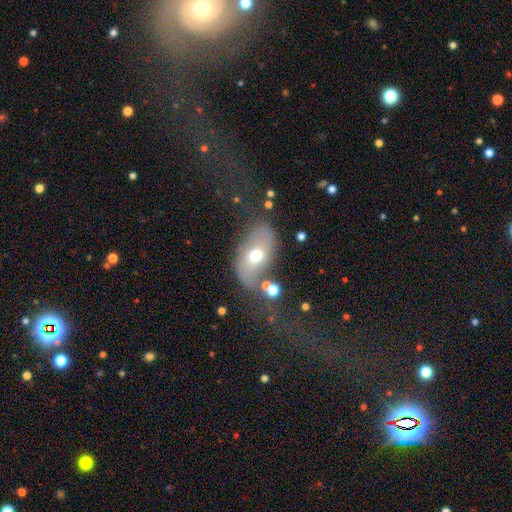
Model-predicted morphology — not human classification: This appears to be a smooth galaxy with no disk features (51%) that is in between round and cigar-shaped (86%). Merging: none (61%).